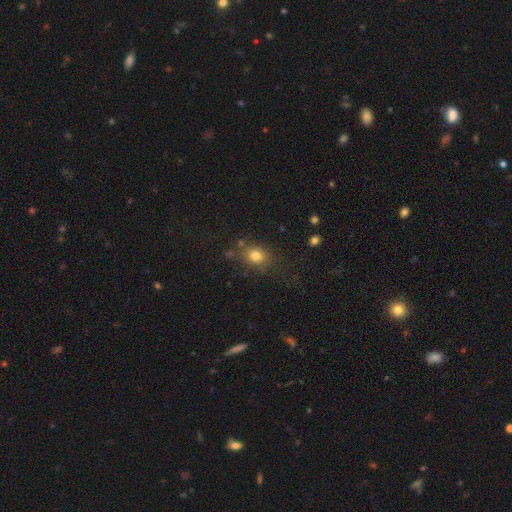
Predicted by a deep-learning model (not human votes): This is likely a smooth galaxy (79%). How rounded: possibly in between (51%). Merging: likely none (72%).